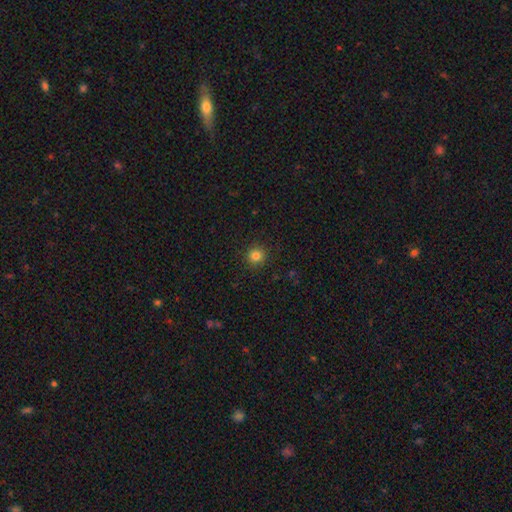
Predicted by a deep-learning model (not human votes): Smooth or featured?
  - smooth: 82% *
  - star or artifact: 13%
  - featured or disk: 5%
How rounded?
  - round: 94% *
  - in between: 5%
  - cigar-shaped: 1%
Merging?
  - none: 92% *
  - minor disturbance: 5%
  - major disturbance: 2%
  - merger: 1%